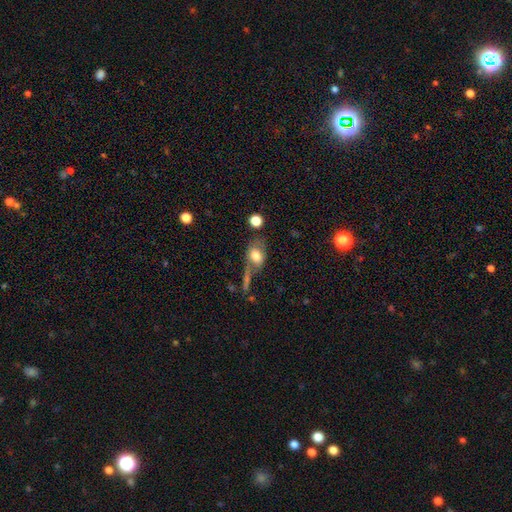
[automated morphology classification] smooth 68%, featured or disk 23%, star or artifact 9%. Down the decision tree: how rounded — in between (77%); merging — none (44%).